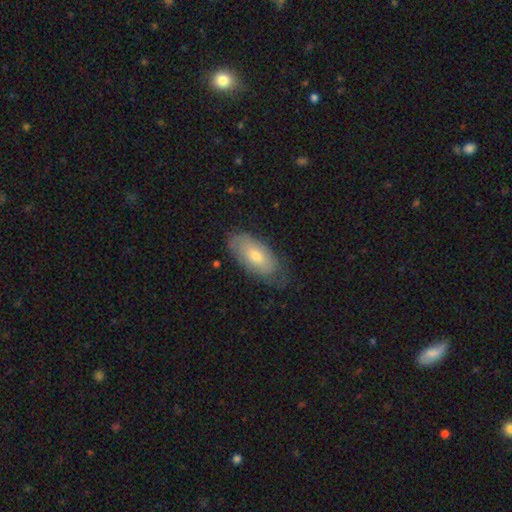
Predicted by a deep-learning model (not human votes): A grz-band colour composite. It shows a smooth galaxy with no disk features (62%) that is in between round and cigar-shaped (90%). Merging: none (65%).